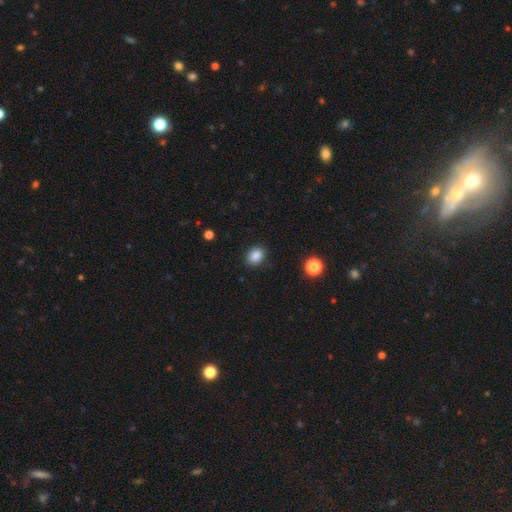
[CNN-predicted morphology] This appears to be a smooth galaxy with no disk features (87%) that is in between round and cigar-shaped (58%). Merging: none (89%).